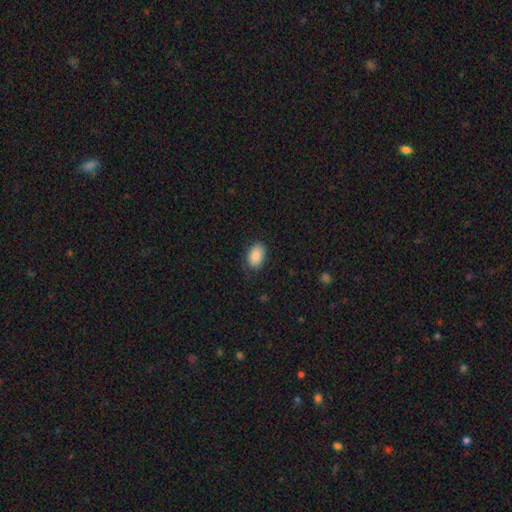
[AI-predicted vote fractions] A smooth galaxy with no disk features (89%) that is in between round and cigar-shaped (87%). Merging: none (80%).